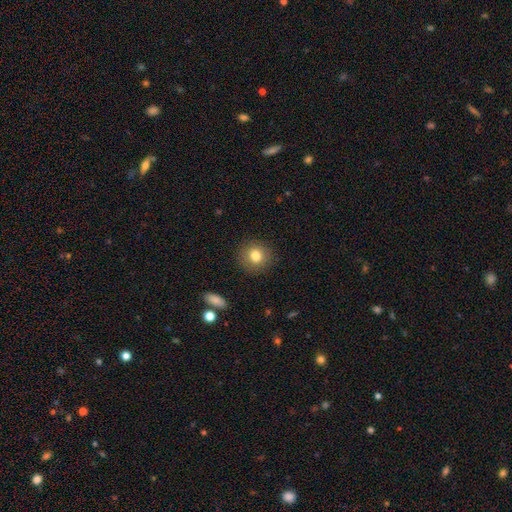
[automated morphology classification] A smooth galaxy with no disk features (81%) that is round (89%). Merging: none (89%).